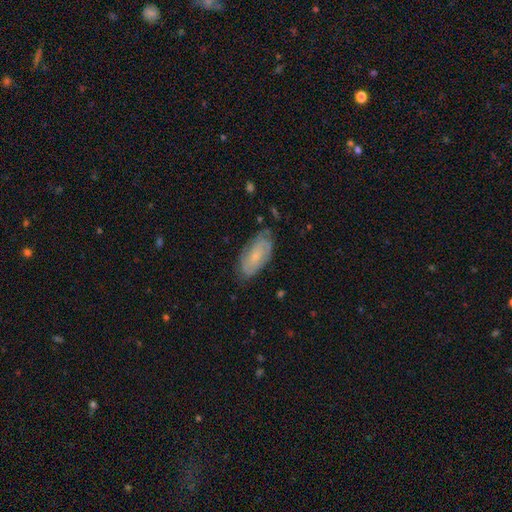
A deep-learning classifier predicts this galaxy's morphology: Smooth or featured?
  - featured or disk: 48% *
  - smooth: 45%
  - star or artifact: 7%
Merging?
  - none: 73% *
  - minor disturbance: 21%
  - major disturbance: 5%
  - merger: 2%